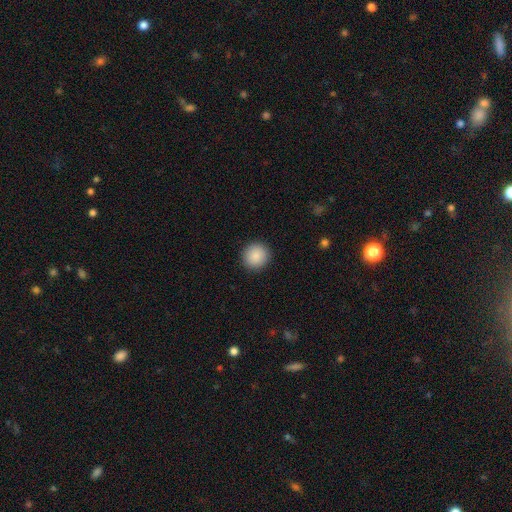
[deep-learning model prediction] smooth-or-featured: smooth: 89% | star or artifact: 8% | featured or disk: 3%
  how-rounded: round: 94% | in between: 6% | cigar-shaped: 1%
  merging: none: 92% | minor disturbance: 5% | major disturbance: 2% | merger: 1%